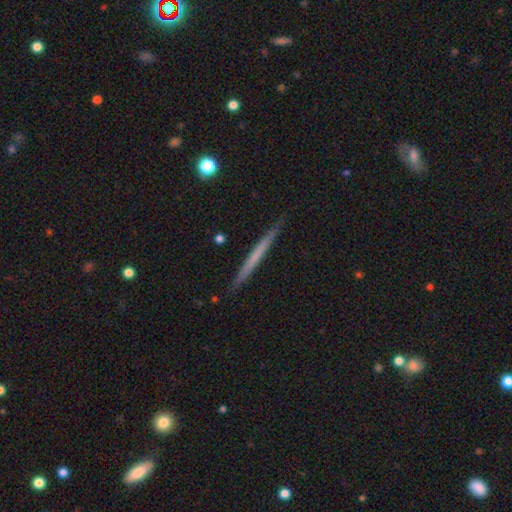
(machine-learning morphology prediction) Smooth or featured: smooth — 48% (featured or disk — 47%)
Merging: none — 91% (minor disturbance — 7%)